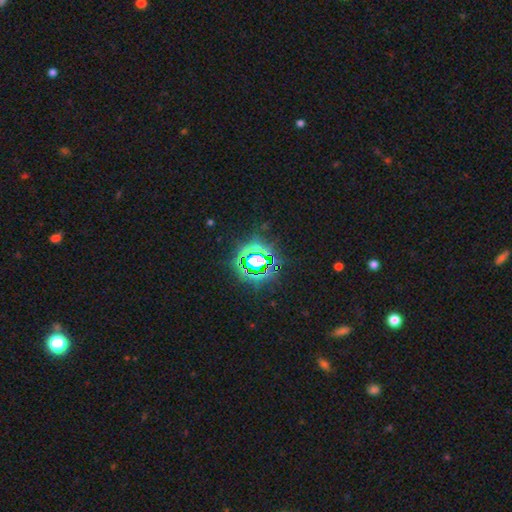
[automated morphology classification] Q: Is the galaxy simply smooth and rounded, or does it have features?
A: star or artifact — 79%.